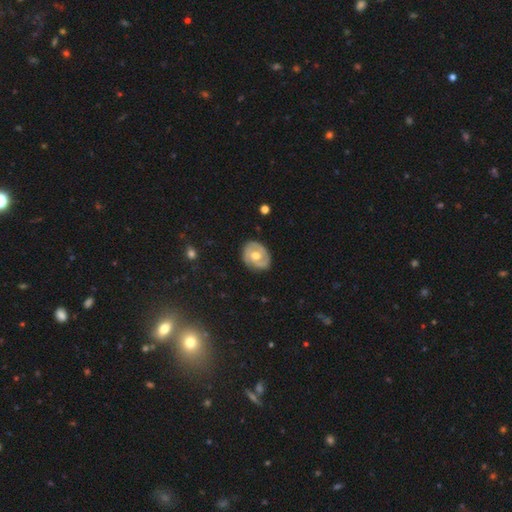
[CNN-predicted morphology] Overall: featured or disk (69%). Edge-on disk: no (97%). Bar: no (61%; weak 32%). Spiral arms: yes (75%). Spiral arm count: 2 (67%). Spiral winding: tight (53%; medium 36%). Bulge size: moderate (78%). Merging: none (78%).